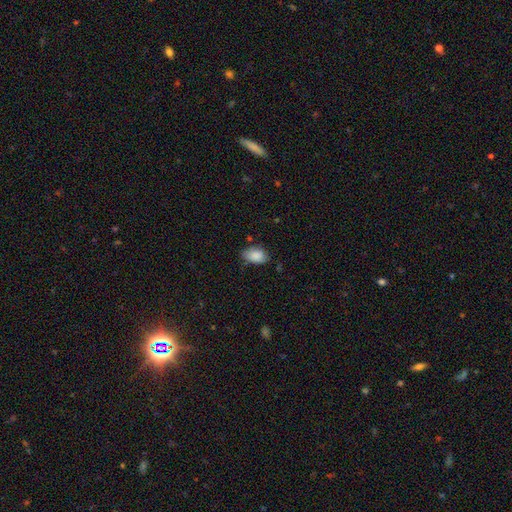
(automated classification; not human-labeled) Smooth or featured?
  - smooth: 86% *
  - star or artifact: 7%
  - featured or disk: 6%
How rounded?
  - in between: 90% *
  - round: 9%
  - cigar-shaped: 2%
Merging?
  - none: 67% *
  - minor disturbance: 27%
  - major disturbance: 5%
  - merger: 2%